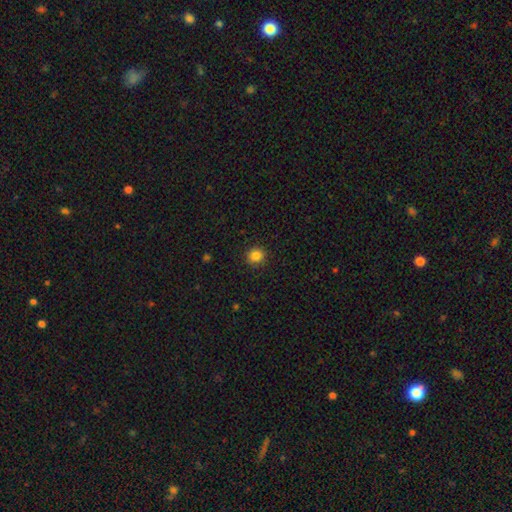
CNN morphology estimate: smooth 85%, star or artifact 11%, featured or disk 4%. Down the decision tree: how rounded — round (91%); merging — none (91%).